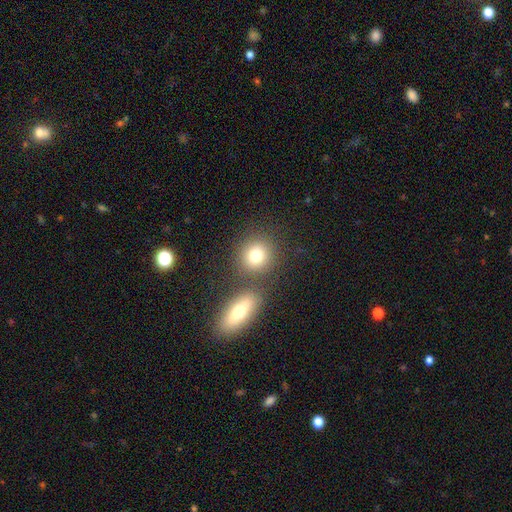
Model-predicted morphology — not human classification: smooth_or_featured: smooth (p=0.78) [alt: star or artifact p=0.11]
how_rounded: round (p=0.82) [alt: in between p=0.16]
merging: none (p=0.69) [alt: merger p=0.20]